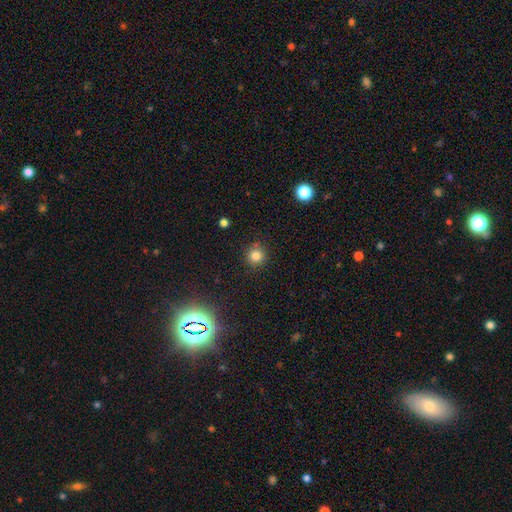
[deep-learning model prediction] This is clearly a smooth galaxy (81%). How rounded: clearly round (93%). Merging: clearly none (85%).